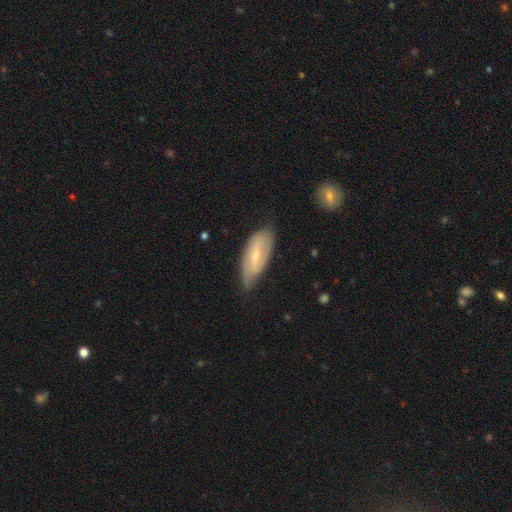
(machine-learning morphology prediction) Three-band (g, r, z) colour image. It shows a featured or disk galaxy (57%). Merging: none (63%).